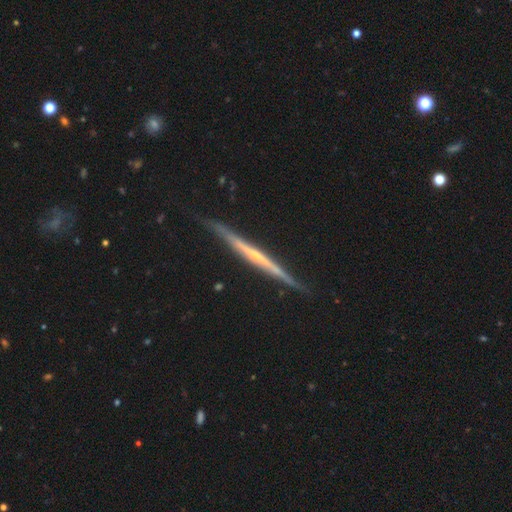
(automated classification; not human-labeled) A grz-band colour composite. It shows a featured or disk galaxy (80%) viewed edge-on (98%) with no central bulge (57%). Merging: none (86%).